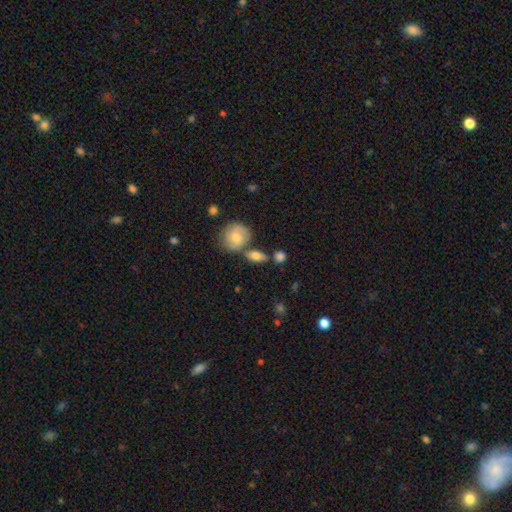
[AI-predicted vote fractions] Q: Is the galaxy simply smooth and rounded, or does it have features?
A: smooth — 71%.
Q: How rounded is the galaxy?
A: in between — 73%.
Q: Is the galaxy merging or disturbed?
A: none — 61%.